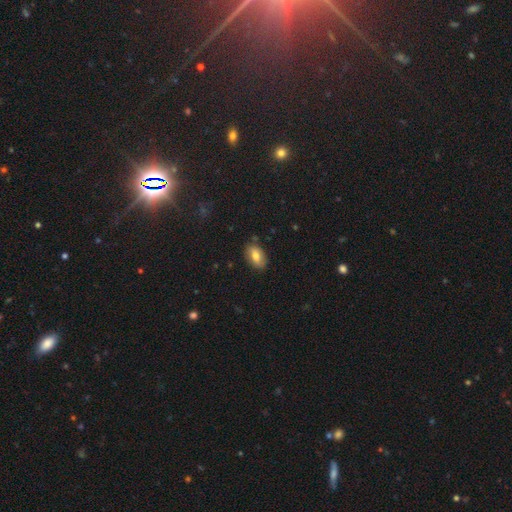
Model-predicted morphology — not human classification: Smooth or featured?
  - smooth: 73% *
  - featured or disk: 19%
  - star or artifact: 8%
How rounded?
  - in between: 91% *
  - round: 6%
  - cigar-shaped: 3%
Merging?
  - none: 82% *
  - minor disturbance: 14%
  - major disturbance: 3%
  - merger: 2%